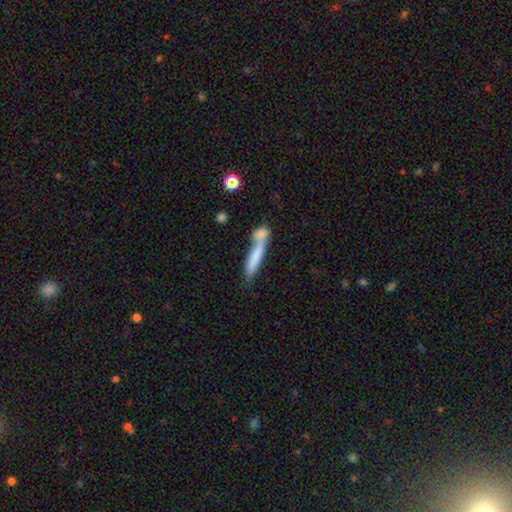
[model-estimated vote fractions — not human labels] A smooth galaxy with no disk features (71%) that is cigar-shaped (87%). Merging: merger (42%).